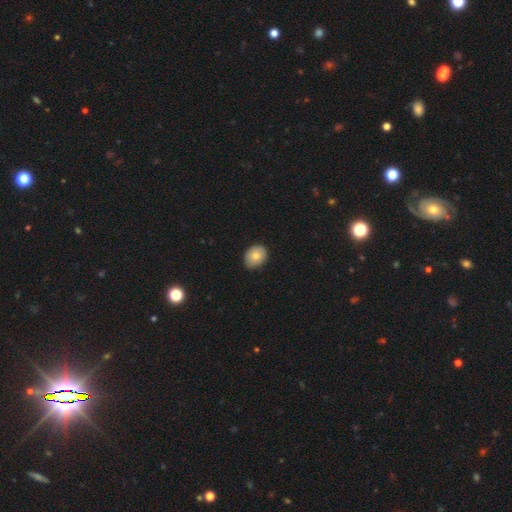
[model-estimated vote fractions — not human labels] This appears to be a smooth galaxy with no disk features (79%) that is in between round and cigar-shaped (51%). Merging: none (84%).